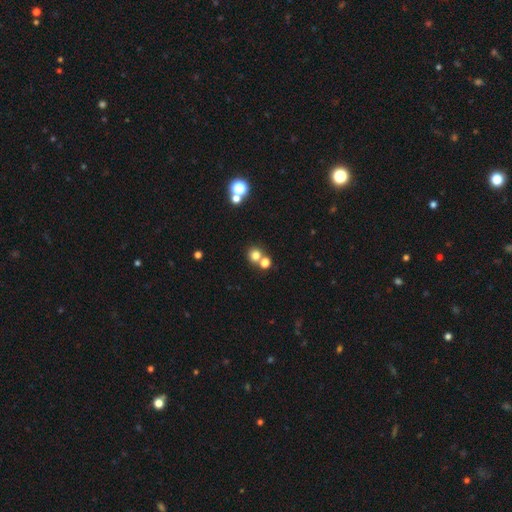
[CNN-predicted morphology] This appears to be a smooth galaxy with no disk features (75%) that is round (88%). Merging: none (60%).